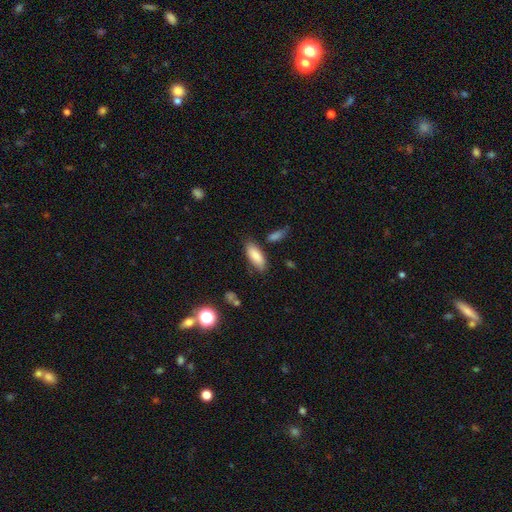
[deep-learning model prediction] Morphology: type=smooth (85%); roundness=in between (79%); merging=none (75%).